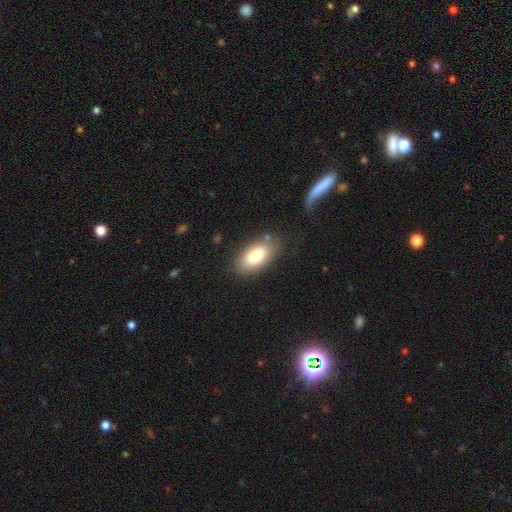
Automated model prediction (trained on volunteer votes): Smooth or featured: smooth — 79% (featured or disk — 13%)
How rounded: in between — 92% (cigar-shaped — 5%)
Merging: none — 81% (minor disturbance — 13%)